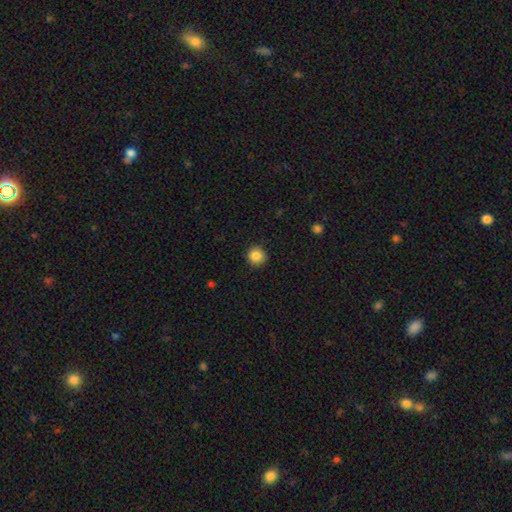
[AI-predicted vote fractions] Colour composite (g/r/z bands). It shows a smooth galaxy with no disk features (86%) that is round (93%). Merging: none (88%).